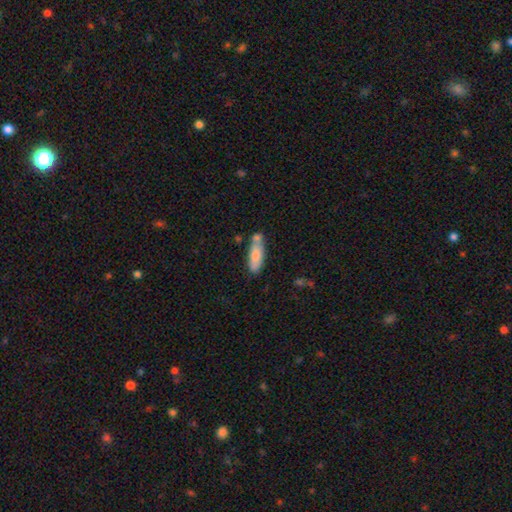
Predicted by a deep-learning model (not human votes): Smooth or featured: smooth — 76% (featured or disk — 18%)
How rounded: in between — 55% (cigar-shaped — 43%)
Merging: none — 53% (merger — 24%)